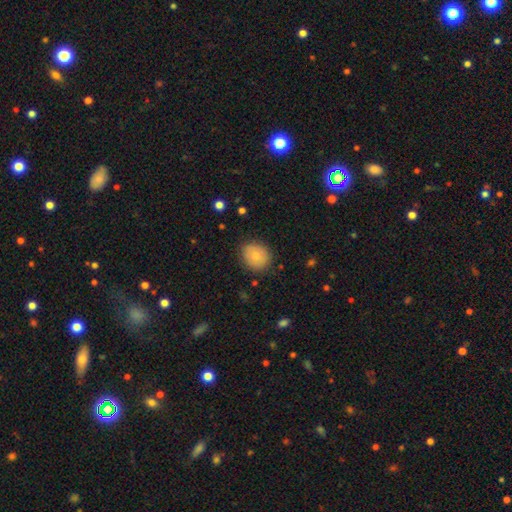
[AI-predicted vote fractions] Overall: smooth (79%). How rounded: round (71%). Merging: none (81%).